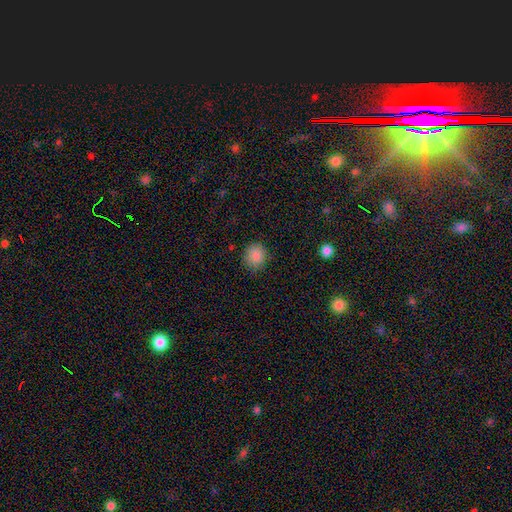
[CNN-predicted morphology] Smooth or featured: smooth — 86% (star or artifact — 10%)
How rounded: round — 83% (in between — 16%)
Merging: none — 82% (minor disturbance — 13%)